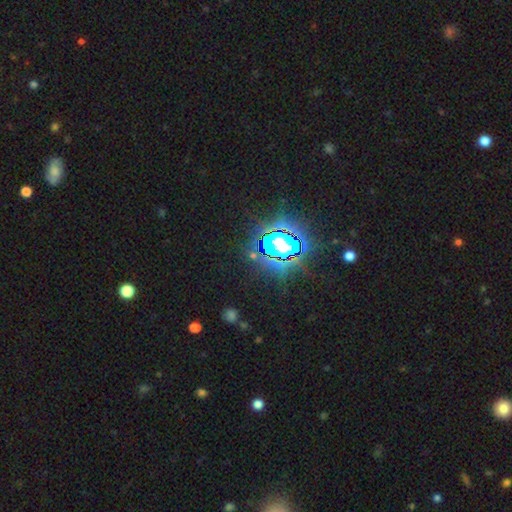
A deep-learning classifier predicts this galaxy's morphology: The model was most divided on "smooth or featured": star or artifact: 74%, smooth: 15%, featured or disk: 11%.